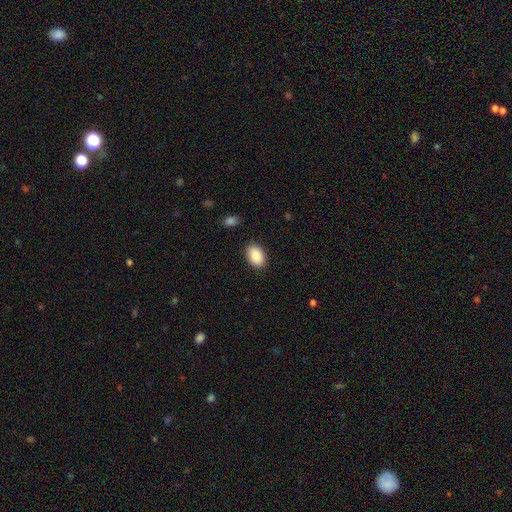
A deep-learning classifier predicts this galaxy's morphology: This is clearly a smooth galaxy (87%). How rounded: clearly in between (85%). Merging: clearly none (87%).